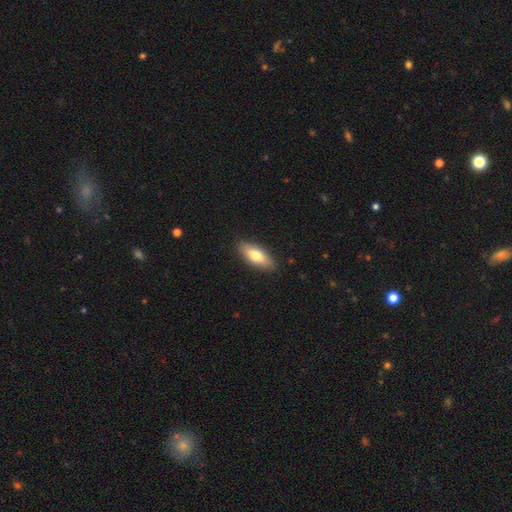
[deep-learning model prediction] Smooth or featured?
  - smooth: 73% *
  - featured or disk: 22%
  - star or artifact: 6%
How rounded?
  - in between: 76% *
  - cigar-shaped: 21%
  - round: 2%
Merging?
  - none: 88% *
  - minor disturbance: 9%
  - major disturbance: 2%
  - merger: 1%